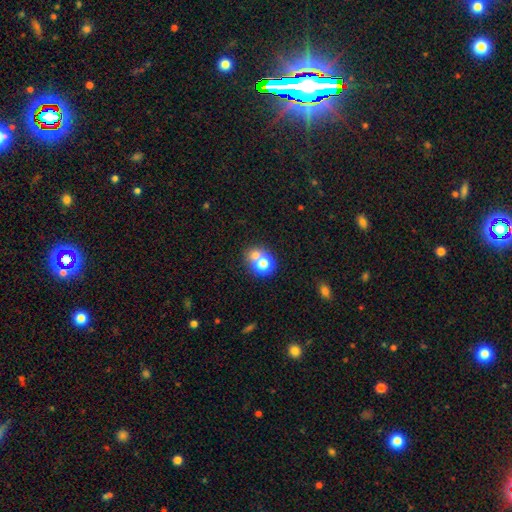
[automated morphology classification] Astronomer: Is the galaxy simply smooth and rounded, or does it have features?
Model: smooth — 68%.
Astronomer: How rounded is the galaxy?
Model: round — 75%.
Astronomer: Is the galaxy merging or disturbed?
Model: merger — 50% (runner-up: none, 39%).